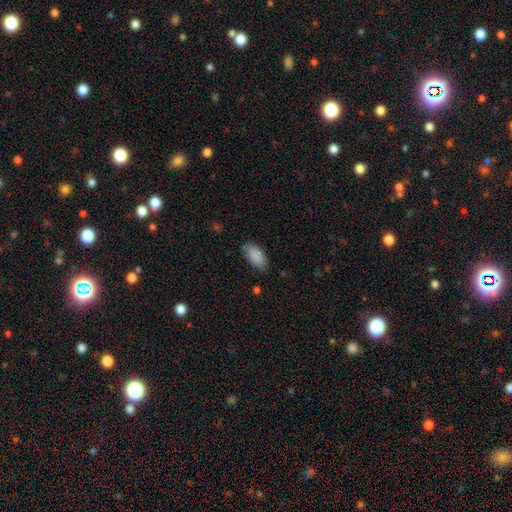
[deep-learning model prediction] smooth 88%, star or artifact 7%, featured or disk 6%. Down the decision tree: how rounded — in between (94%); merging — none (73%).